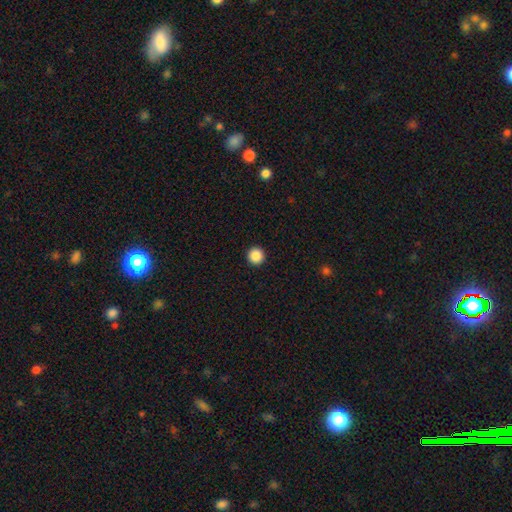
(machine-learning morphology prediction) This is clearly a smooth galaxy (88%). How rounded: clearly round (97%). Merging: clearly none (94%).